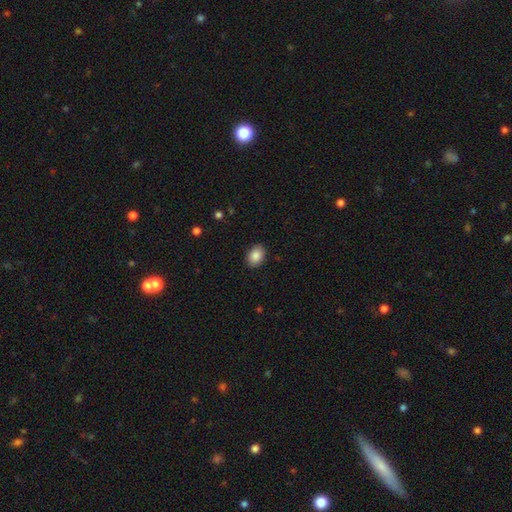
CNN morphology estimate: Smooth or featured? smooth (87%)
How rounded? in between (77%)
Merging? none (89%)